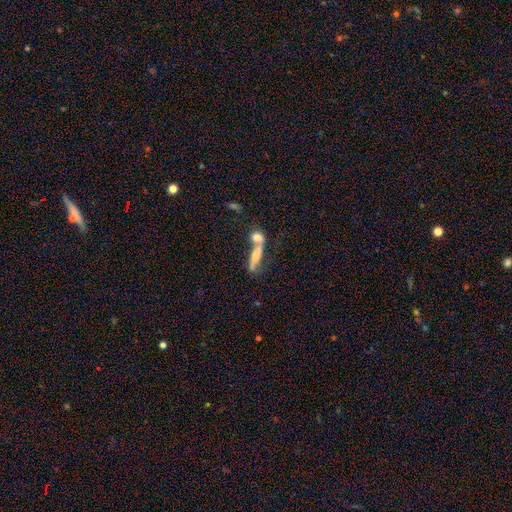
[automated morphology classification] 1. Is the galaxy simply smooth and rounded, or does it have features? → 55% smooth, 36% featured or disk, 9% star or artifact.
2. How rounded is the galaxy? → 69% cigar-shaped, 26% in between, 5% round.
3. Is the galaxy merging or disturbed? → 50% merger, 33% none, 11% minor disturbance, 7% major disturbance.